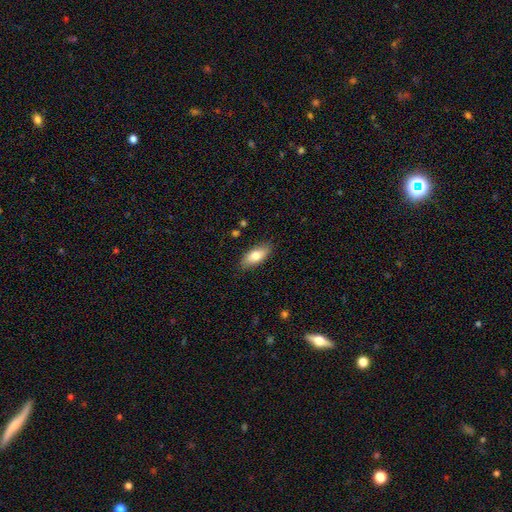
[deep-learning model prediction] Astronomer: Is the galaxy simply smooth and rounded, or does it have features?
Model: smooth — 75%.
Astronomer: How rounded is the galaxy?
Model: in between — 84%.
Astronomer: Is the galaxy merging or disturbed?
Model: none — 85%.